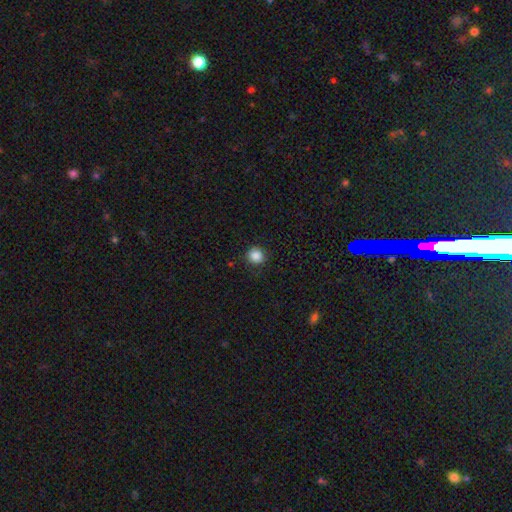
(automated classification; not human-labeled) Overall: smooth (86%). How rounded: round (90%). Merging: none (87%).